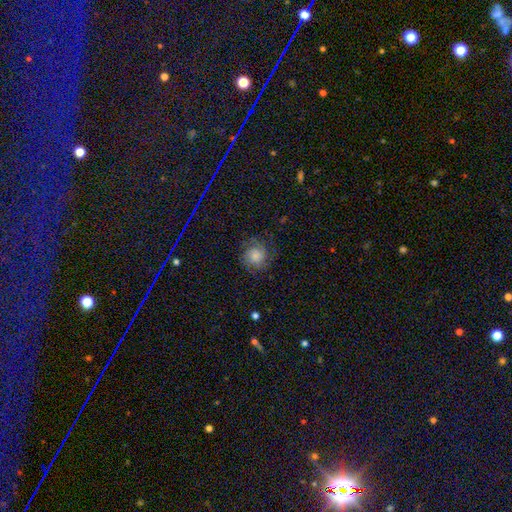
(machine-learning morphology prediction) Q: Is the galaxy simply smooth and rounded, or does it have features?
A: smooth — 58%.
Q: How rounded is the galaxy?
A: round — 88%.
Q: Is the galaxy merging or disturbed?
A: none — 73%.